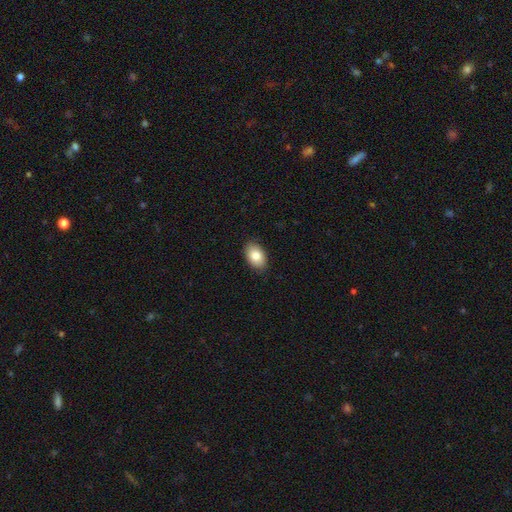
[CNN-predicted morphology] Q: Smooth or featured?
A: smooth (84%); runner-up: featured or disk (9%)
Q: How rounded?
A: in between (90%); runner-up: round (8%)
Q: Merging?
A: none (88%); runner-up: minor disturbance (9%)